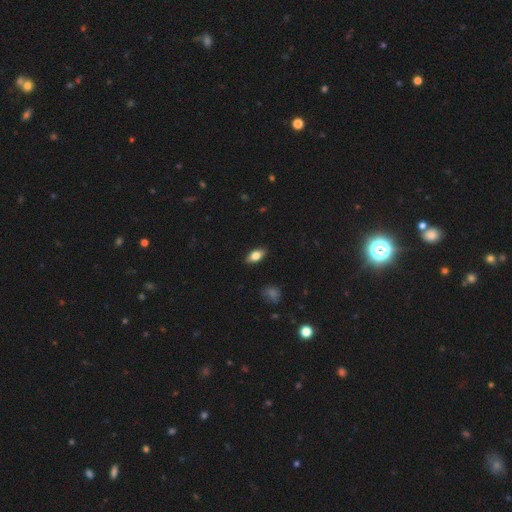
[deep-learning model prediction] smooth 74%, featured or disk 18%, star or artifact 8%. Down the decision tree: how rounded — in between (86%); merging — none (88%).